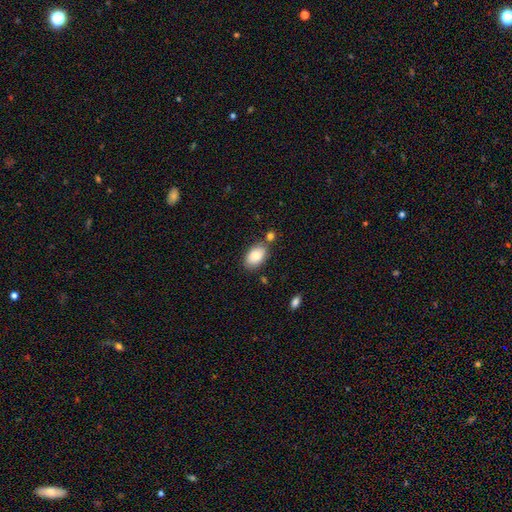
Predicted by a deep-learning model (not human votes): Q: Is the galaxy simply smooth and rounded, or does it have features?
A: smooth — 85%.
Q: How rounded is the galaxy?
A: in between — 92%.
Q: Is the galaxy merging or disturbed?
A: none — 72%.